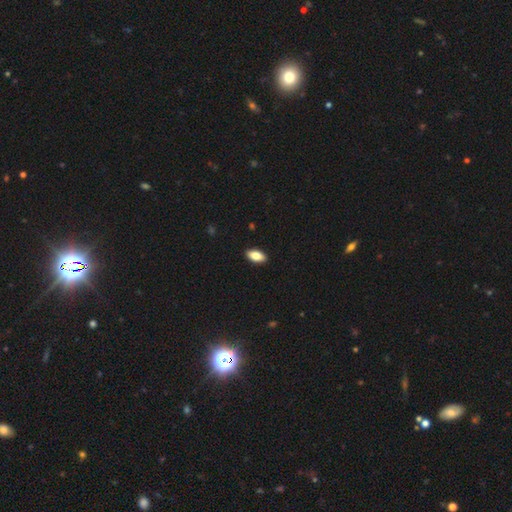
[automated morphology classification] Smooth or featured? Predicted: smooth (p=0.83). How rounded? Predicted: in between (p=0.91). Merging? Predicted: none (p=0.90).